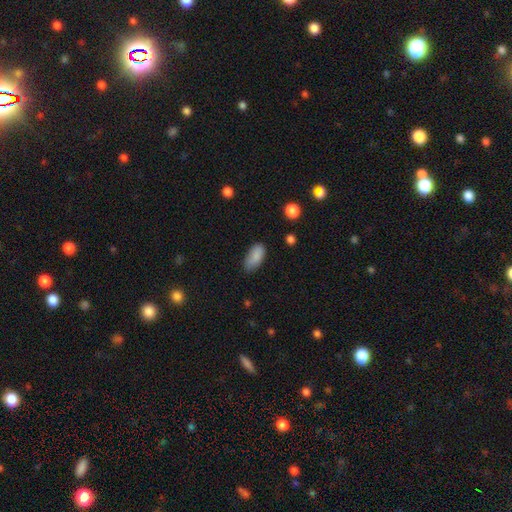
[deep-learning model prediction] Smooth or featured?
  - smooth: 86% *
  - star or artifact: 8%
  - featured or disk: 6%
How rounded?
  - in between: 92% *
  - cigar-shaped: 6%
  - round: 3%
Merging?
  - none: 69% *
  - minor disturbance: 24%
  - major disturbance: 5%
  - merger: 2%